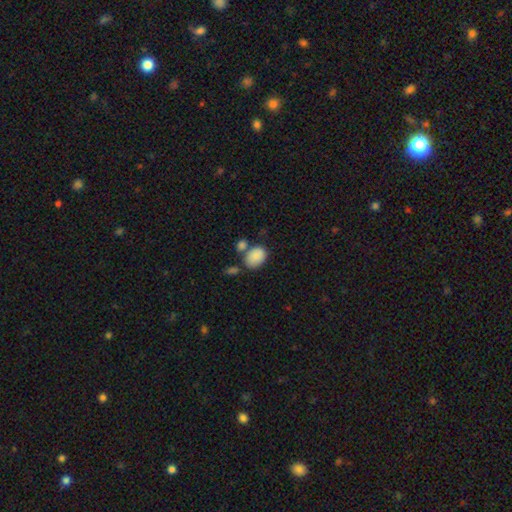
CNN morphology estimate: This appears to be a smooth galaxy with no disk features (86%) that is in between round and cigar-shaped (74%). Merging: none (55%).